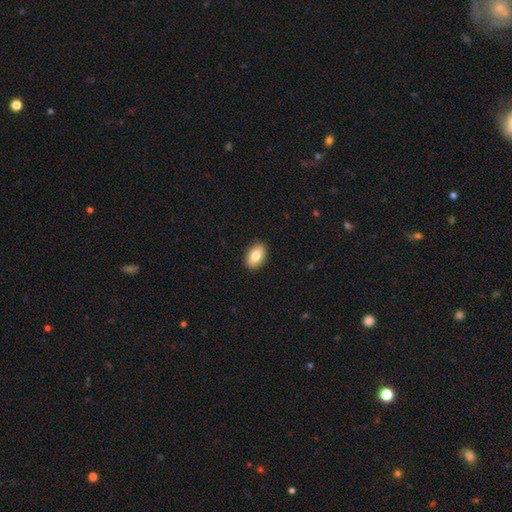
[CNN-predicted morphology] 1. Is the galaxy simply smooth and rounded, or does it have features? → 77% smooth, 15% featured or disk, 7% star or artifact.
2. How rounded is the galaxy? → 86% in between, 13% round, 2% cigar-shaped.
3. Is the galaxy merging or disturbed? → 90% none, 7% minor disturbance, 2% major disturbance, 1% merger.